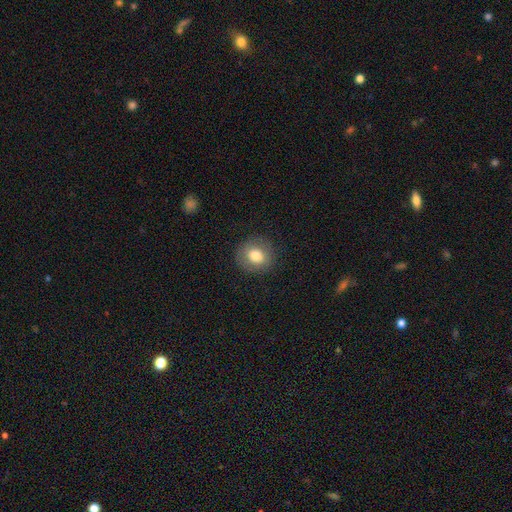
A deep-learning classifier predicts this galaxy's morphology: smooth 78%, featured or disk 14%, star or artifact 9%. Down the decision tree: how rounded — round (83%); merging — none (87%).